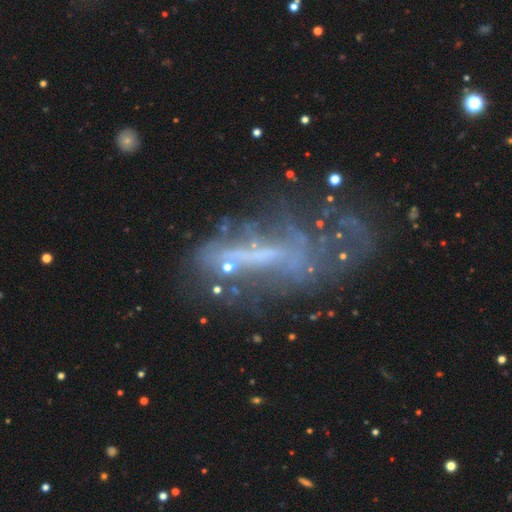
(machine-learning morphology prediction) This appears to be a featured or disk galaxy (61%) with no bar (52%), no spiral arms (71%) and no central bulge (60%). Merging: major disturbance (40%).